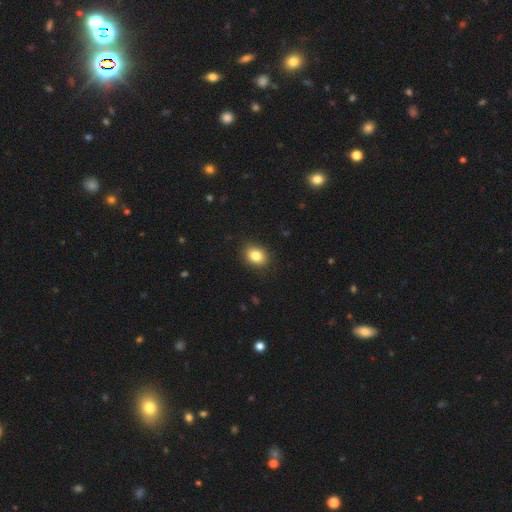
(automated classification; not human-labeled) Morphology: type=smooth (83%); roundness=in between (57%); merging=none (87%).